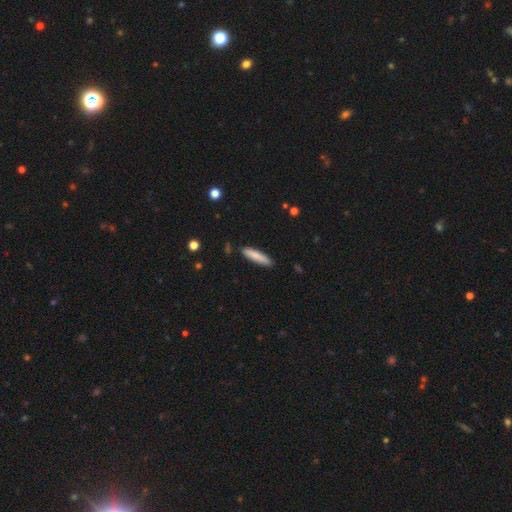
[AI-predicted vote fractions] Morphology: type=smooth (82%); roundness=cigar-shaped (84%); merging=none (86%).